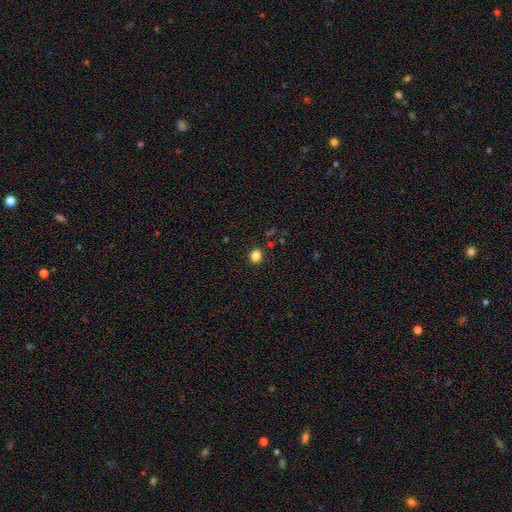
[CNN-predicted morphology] type=smooth (84%); roundness=round (57%); merging=none (88%).